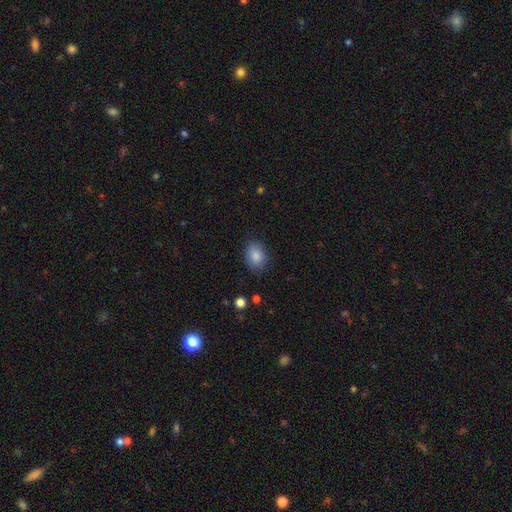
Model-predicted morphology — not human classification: type=smooth (87%); roundness=in between (66%); merging=none (82%).